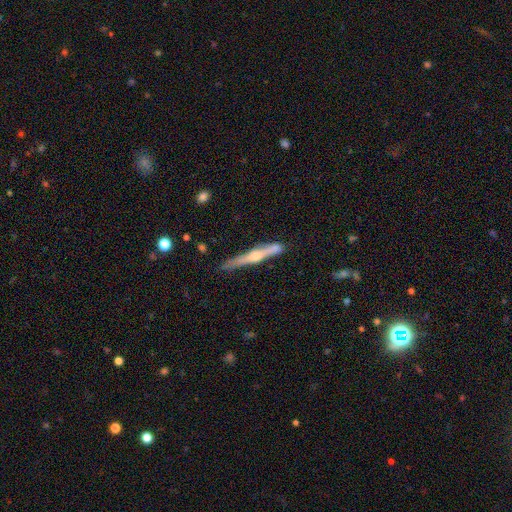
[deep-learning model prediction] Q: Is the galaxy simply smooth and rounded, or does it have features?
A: featured or disk — 65%.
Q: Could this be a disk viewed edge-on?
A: yes — 96%.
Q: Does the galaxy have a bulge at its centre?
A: rounded — 78%.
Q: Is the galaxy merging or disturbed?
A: none — 74%.